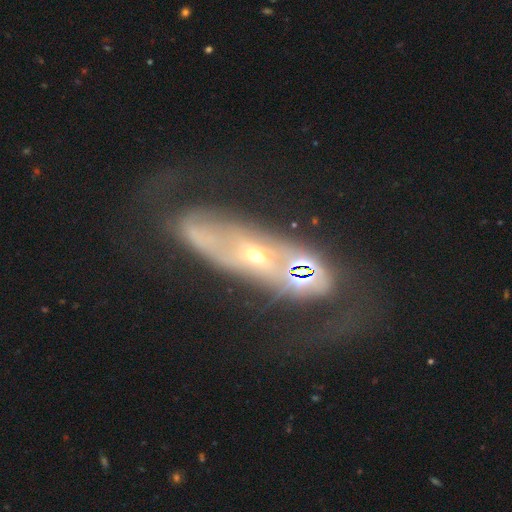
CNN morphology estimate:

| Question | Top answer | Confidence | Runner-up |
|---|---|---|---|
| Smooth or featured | featured or disk | 75% | smooth (17%) |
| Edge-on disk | no | 83% | yes (17%) |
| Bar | no | 77% | weak (14%) |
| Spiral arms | yes | 52% | no (48%) |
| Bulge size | small | 52% | moderate (40%) |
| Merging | none | 37% | merger (31%) |